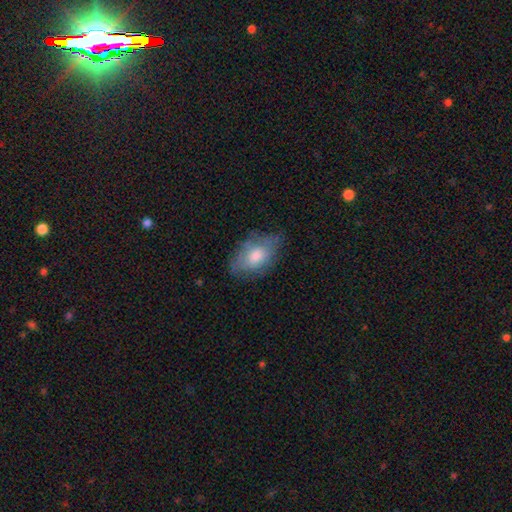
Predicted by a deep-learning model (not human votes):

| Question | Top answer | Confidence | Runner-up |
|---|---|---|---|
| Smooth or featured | smooth | 67% | featured or disk (26%) |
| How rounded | in between | 90% | round (7%) |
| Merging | none | 61% | minor disturbance (28%) |